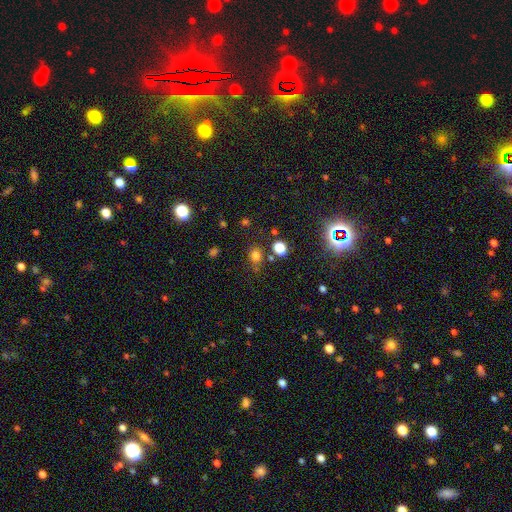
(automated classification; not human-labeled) This appears to be a smooth galaxy with no disk features (74%) that is round (68%). Merging: none (72%).